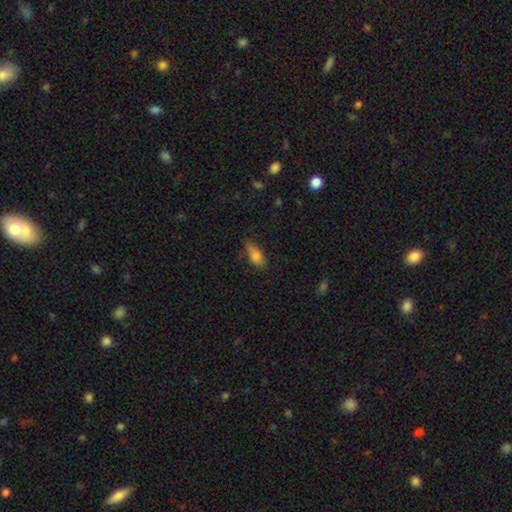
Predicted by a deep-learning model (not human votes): A smooth galaxy with no disk features (80%) that is in between round and cigar-shaped (79%). Merging: none (66%).